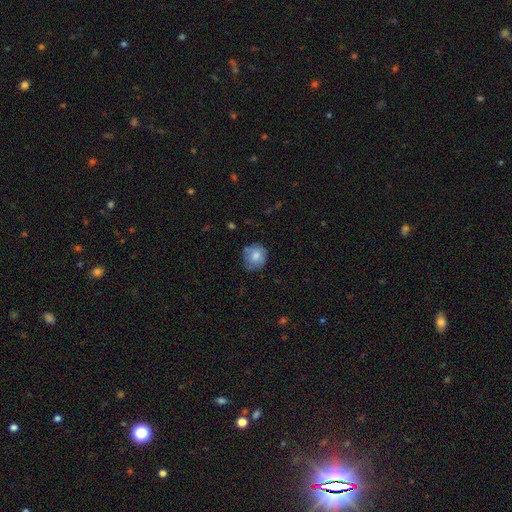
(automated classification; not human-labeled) Morphology: type=smooth (77%); roundness=round (82%); merging=none (69%).